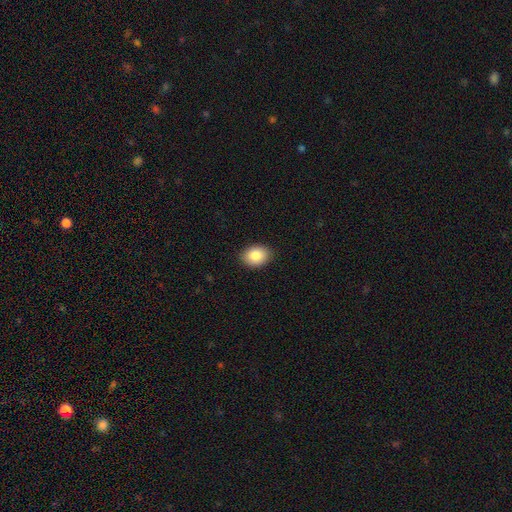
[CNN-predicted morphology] Smooth or featured: smooth — 87% (star or artifact — 7%)
How rounded: in between — 70% (round — 29%)
Merging: none — 89% (minor disturbance — 8%)